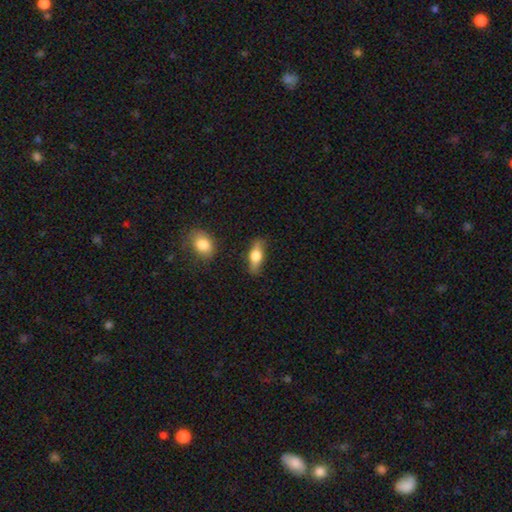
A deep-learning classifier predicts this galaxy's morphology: Q: Smooth or featured?
A: smooth (56%); runner-up: featured or disk (37%)
Q: How rounded?
A: in between (60%); runner-up: cigar-shaped (35%)
Q: Merging?
A: none (81%); runner-up: minor disturbance (13%)